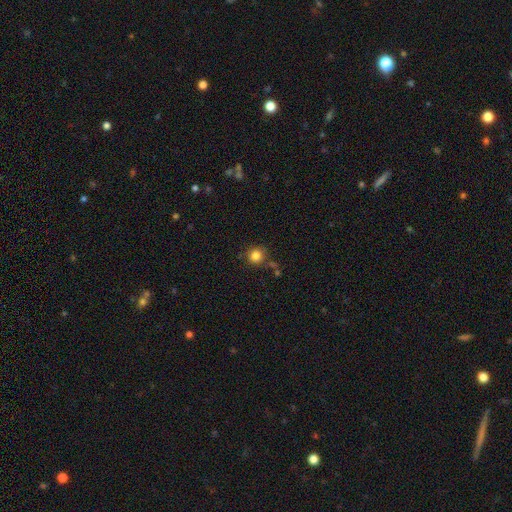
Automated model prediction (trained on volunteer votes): Smooth or featured: smooth — 83% (star or artifact — 11%)
How rounded: round — 90% (in between — 9%)
Merging: none — 79% (minor disturbance — 12%)